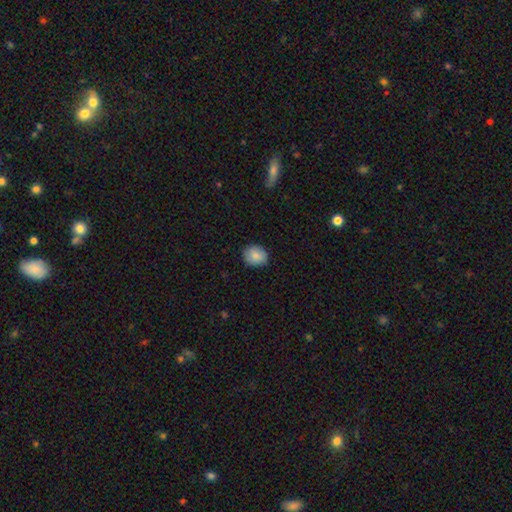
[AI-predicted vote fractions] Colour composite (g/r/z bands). It shows a smooth galaxy with no disk features (85%) that is round (70%). Merging: none (85%).